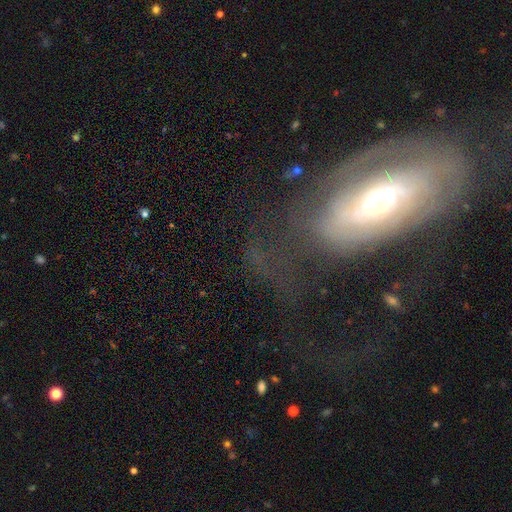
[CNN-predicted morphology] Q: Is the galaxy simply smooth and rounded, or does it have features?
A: featured or disk — 69%.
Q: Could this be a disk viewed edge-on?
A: no — 87%.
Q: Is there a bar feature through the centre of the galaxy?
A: no — 57%.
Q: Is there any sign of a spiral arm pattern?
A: yes — 61%.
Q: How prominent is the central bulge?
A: moderate — 59%.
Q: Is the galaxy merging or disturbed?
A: none — 40%.